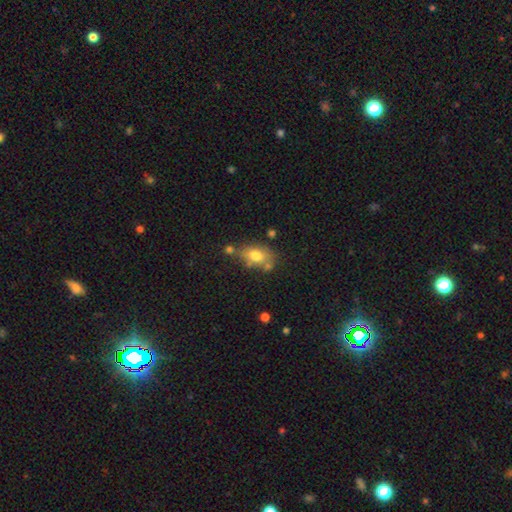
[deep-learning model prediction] Smooth or featured?
  - smooth: 73% *
  - featured or disk: 17%
  - star or artifact: 9%
How rounded?
  - in between: 82% *
  - round: 15%
  - cigar-shaped: 3%
Merging?
  - none: 55% *
  - minor disturbance: 21%
  - merger: 18%
  - major disturbance: 7%